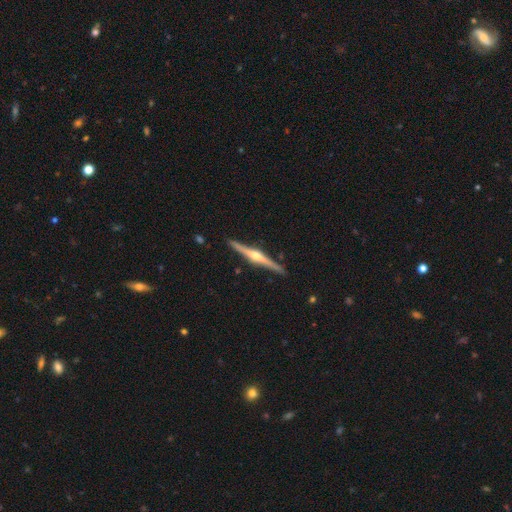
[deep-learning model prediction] Overall: featured or disk (83%). Edge-on disk: yes (99%). Edge-on bulge: rounded (92%). Merging: none (91%).